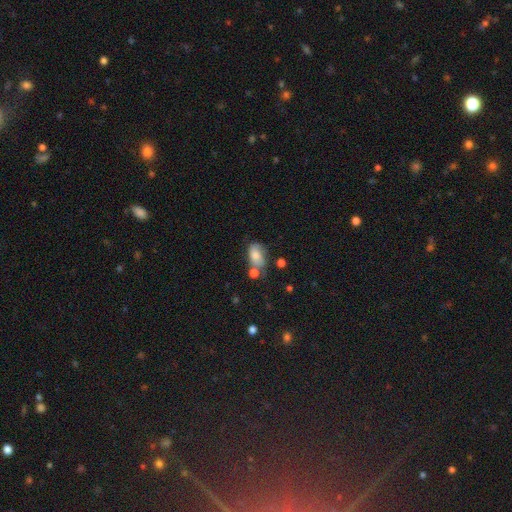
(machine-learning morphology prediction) Smooth or featured?
  - smooth: 72% *
  - featured or disk: 19%
  - star or artifact: 9%
How rounded?
  - in between: 87% *
  - round: 11%
  - cigar-shaped: 2%
Merging?
  - none: 39% *
  - minor disturbance: 26%
  - merger: 24%
  - major disturbance: 12%